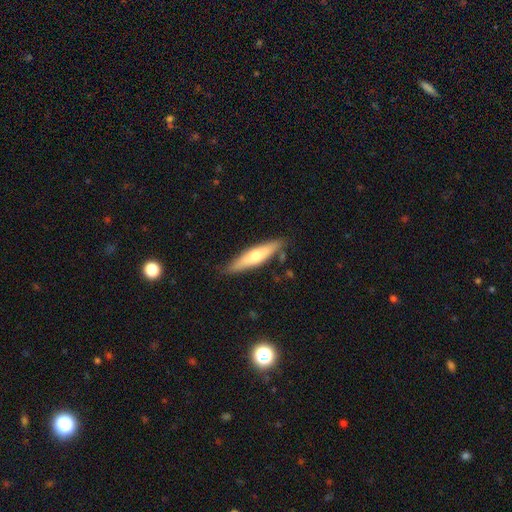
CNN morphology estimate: This is possibly a smooth galaxy (51%). How rounded: likely cigar-shaped (76%). Merging: clearly none (82%).